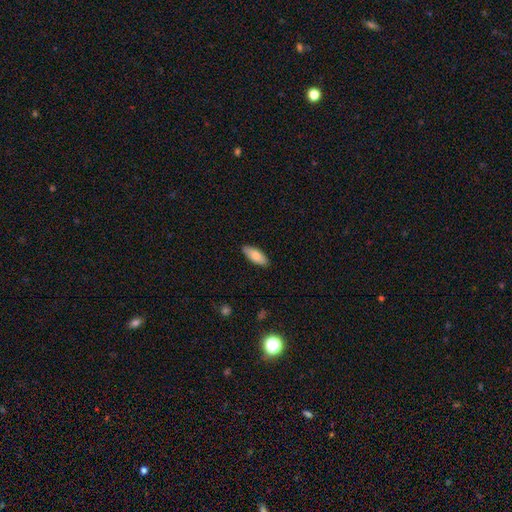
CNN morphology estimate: A smooth galaxy with no disk features (82%) that is in between round and cigar-shaped (77%). Merging: none (88%).